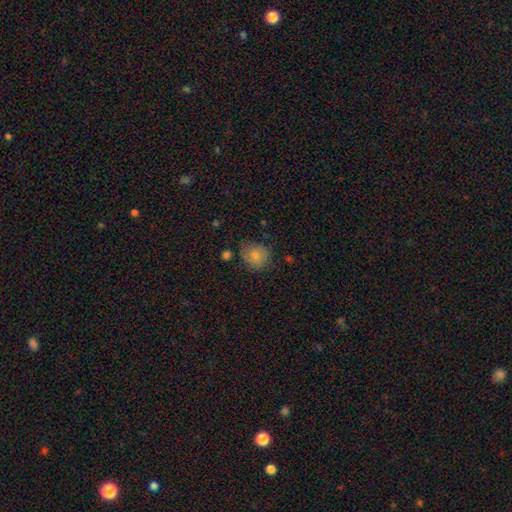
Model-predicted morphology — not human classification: This is likely a smooth galaxy (76%). How rounded: likely round (70%). Merging: likely none (64%).